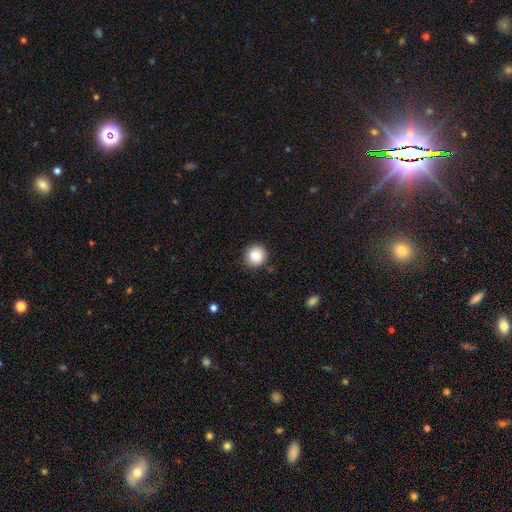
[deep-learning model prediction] Smooth or featured? smooth (86%)
How rounded? round (92%)
Merging? none (89%)